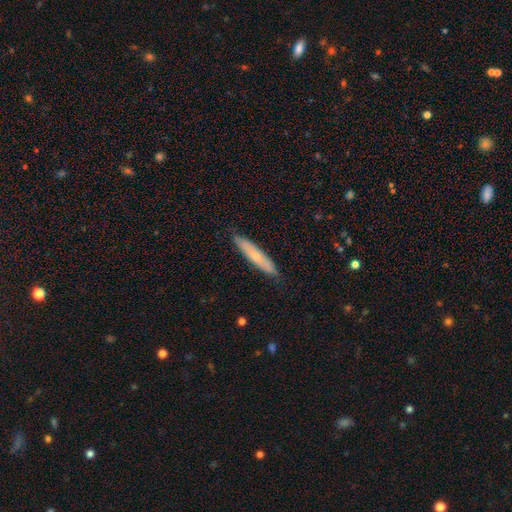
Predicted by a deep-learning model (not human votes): Smooth or featured? smooth (55%)
How rounded? cigar-shaped (86%)
Merging? none (84%)